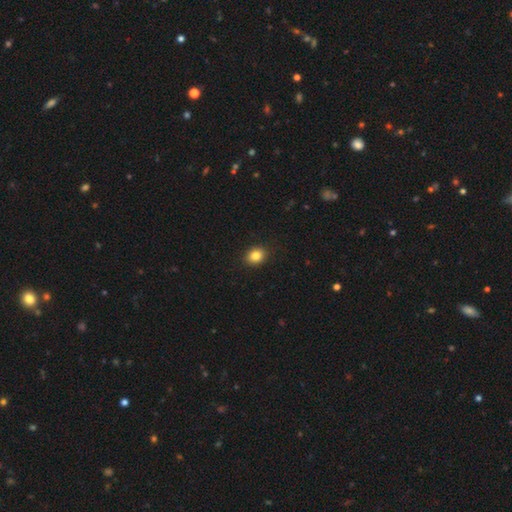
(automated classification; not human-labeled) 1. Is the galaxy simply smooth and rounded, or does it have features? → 84% smooth, 10% star or artifact, 6% featured or disk.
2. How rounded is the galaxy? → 57% round, 42% in between, 1% cigar-shaped.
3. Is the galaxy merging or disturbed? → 90% none, 7% minor disturbance, 2% major disturbance, 1% merger.